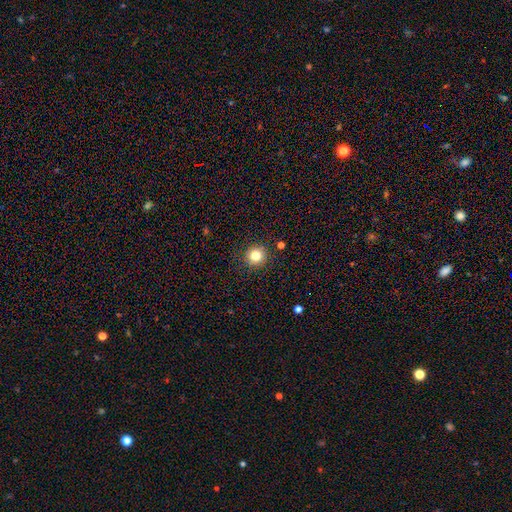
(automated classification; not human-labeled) This appears to be a smooth galaxy with no disk features (82%) that is round (94%). Merging: none (91%).